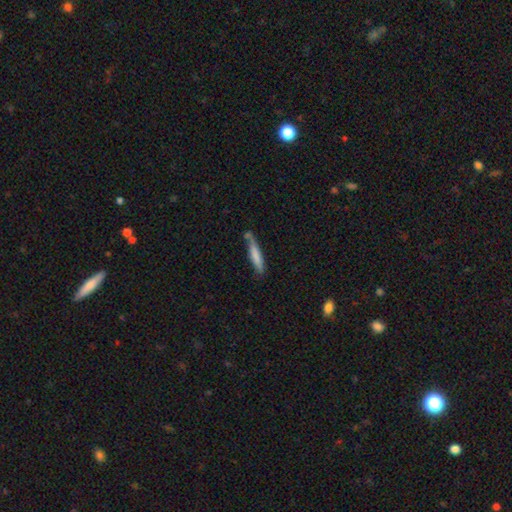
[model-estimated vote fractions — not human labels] A smooth galaxy with no disk features (74%) that is cigar-shaped (90%).

Vote fractions:
- Smooth or featured? smooth: 74% / featured or disk: 21% / star or artifact: 6%
- How rounded? cigar-shaped: 90% / in between: 9% / round: 1%
- Merging? none: 61% / minor disturbance: 21% / merger: 14% / major disturbance: 5%